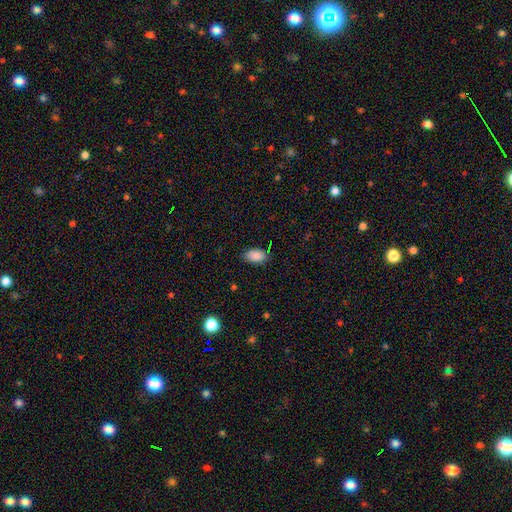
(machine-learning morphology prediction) smooth 88%, star or artifact 8%, featured or disk 4%. Down the decision tree: how rounded — in between (92%); merging — none (82%).